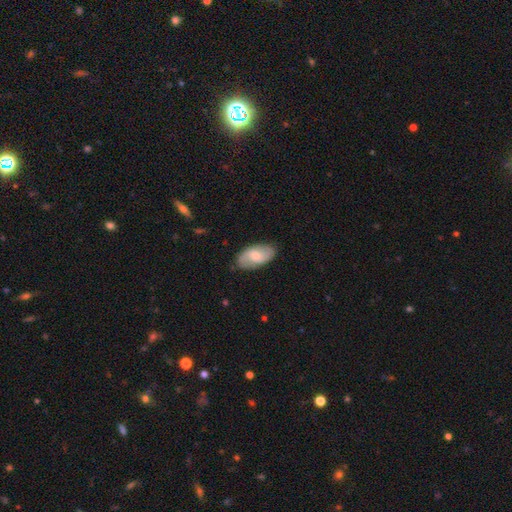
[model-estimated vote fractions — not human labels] A featured or disk galaxy (52%). Merging: none (80%).